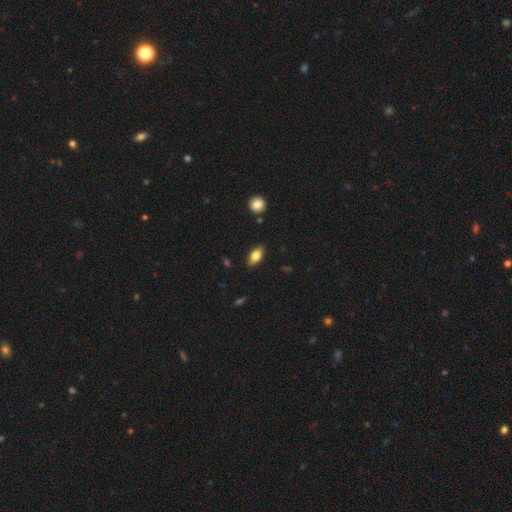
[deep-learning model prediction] The model was most divided on "smooth or featured": smooth: 76%, featured or disk: 17%, star or artifact: 7%. More confident: how rounded — in between (88%); merging — none (86%).